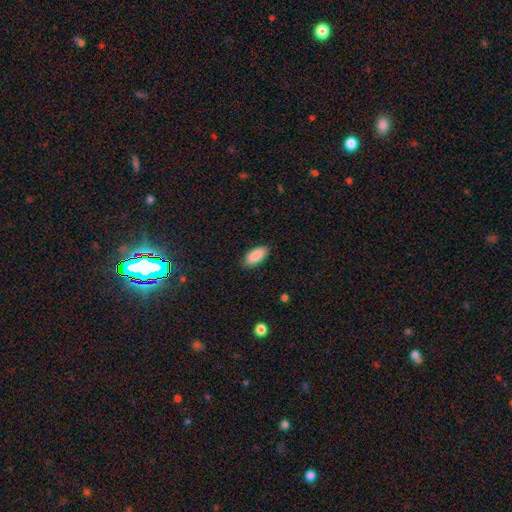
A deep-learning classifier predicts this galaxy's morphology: smooth_or_featured: smooth (p=0.90) [alt: star or artifact p=0.06]
how_rounded: in between (p=0.88) [alt: cigar-shaped p=0.11]
merging: none (p=0.87) [alt: minor disturbance p=0.10]